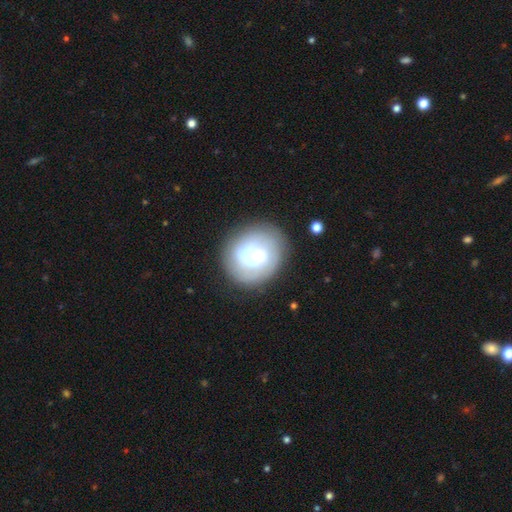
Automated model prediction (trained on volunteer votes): A featured or disk galaxy (56%) with no bar (69%), spiral arms (66%) and a moderate central bulge (58%). Merging: none (74%).